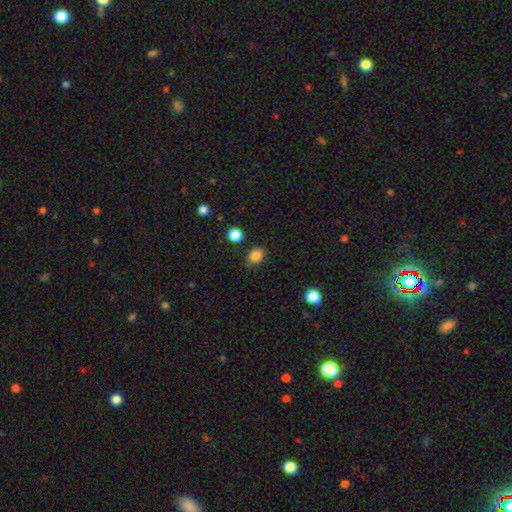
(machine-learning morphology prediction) A smooth galaxy with no disk features (85%) that is in between round and cigar-shaped (56%). Merging: none (83%).